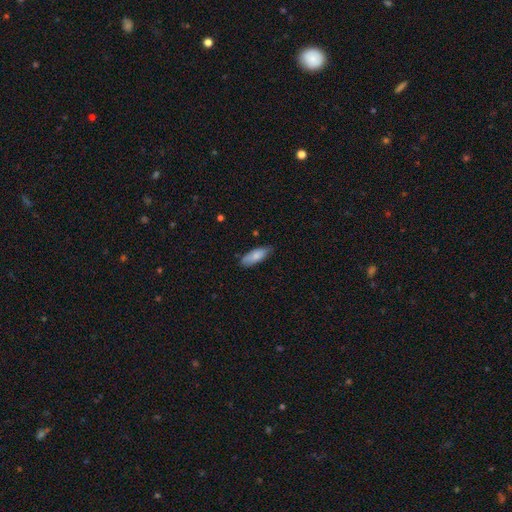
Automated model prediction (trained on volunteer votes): Q: Smooth or featured?
A: smooth (81%); runner-up: featured or disk (14%)
Q: How rounded?
A: in between (71%); runner-up: cigar-shaped (28%)
Q: Merging?
A: none (72%); runner-up: minor disturbance (23%)